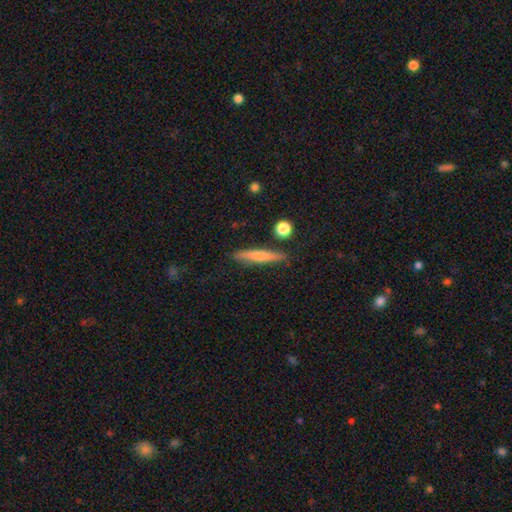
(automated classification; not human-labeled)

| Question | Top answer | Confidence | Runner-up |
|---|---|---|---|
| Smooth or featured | smooth | 58% | featured or disk (35%) |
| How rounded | cigar-shaped | 92% | in between (6%) |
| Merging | none | 85% | minor disturbance (10%) |